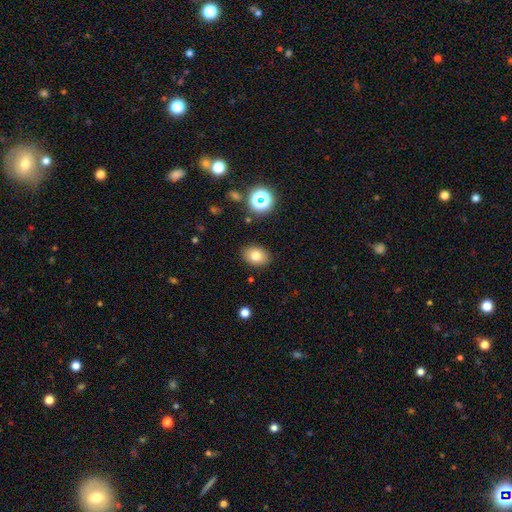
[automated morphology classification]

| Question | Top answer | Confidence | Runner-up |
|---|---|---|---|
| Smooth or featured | smooth | 77% | star or artifact (12%) |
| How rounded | in between | 68% | round (32%) |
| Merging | none | 87% | minor disturbance (9%) |